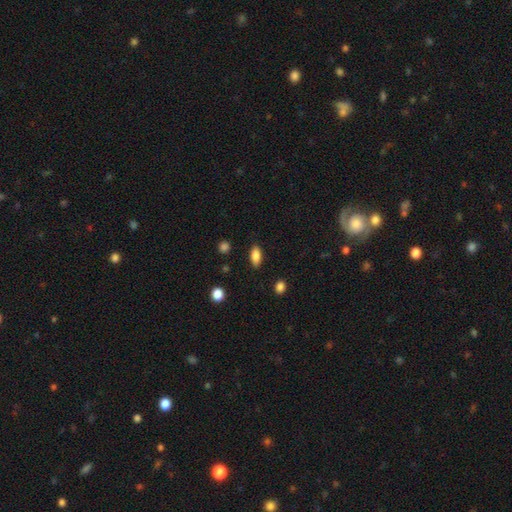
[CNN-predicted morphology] This is clearly a smooth galaxy (85%). How rounded: clearly in between (84%). Merging: clearly none (87%).